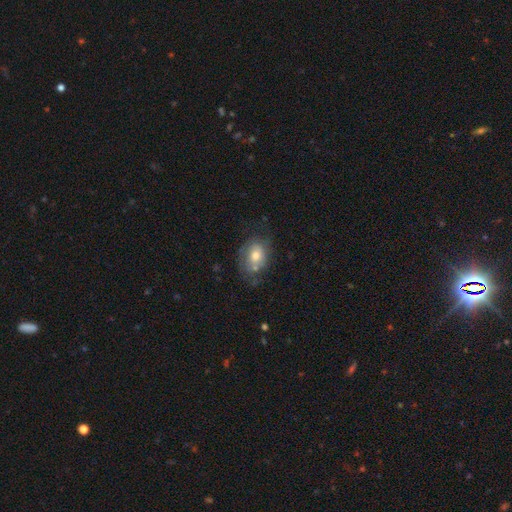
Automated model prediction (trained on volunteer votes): This is likely a smooth galaxy (62%). How rounded: likely in between (68%). Merging: possibly none (52%).